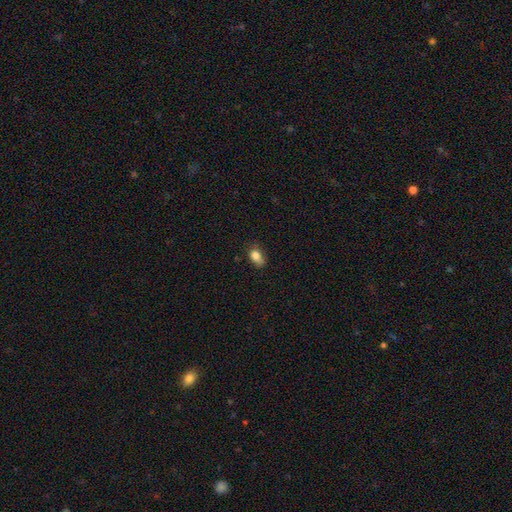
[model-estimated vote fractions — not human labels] This appears to be a smooth galaxy with no disk features (83%) that is in between round and cigar-shaped (76%). Merging: none (53%).